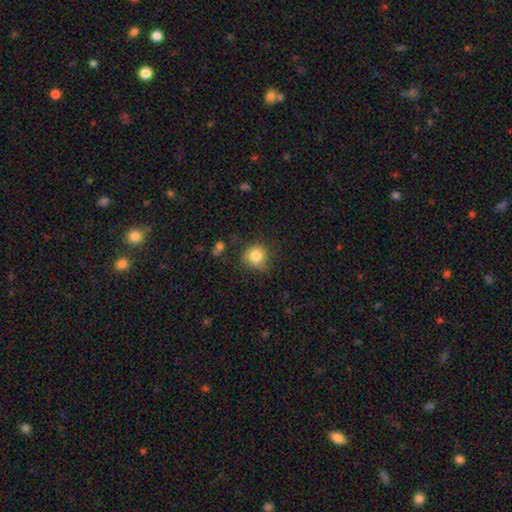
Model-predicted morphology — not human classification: The model was most divided on "merging": none: 70%, minor disturbance: 21%, major disturbance: 6%, merger: 3%. More confident: how rounded — round (84%); smooth or featured — smooth (82%).